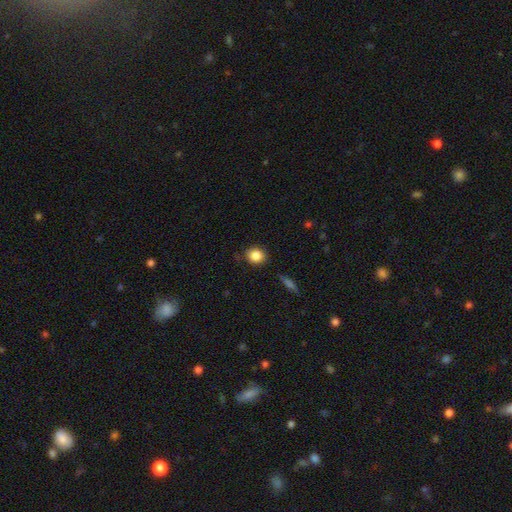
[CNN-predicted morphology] Smooth or featured: smooth — 85% (star or artifact — 9%)
How rounded: round — 70% (in between — 29%)
Merging: none — 84% (minor disturbance — 12%)